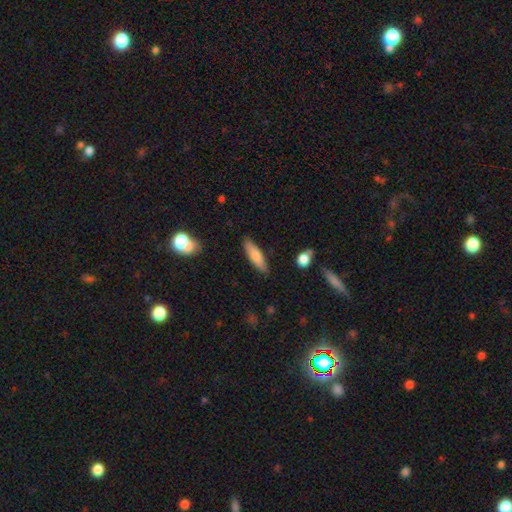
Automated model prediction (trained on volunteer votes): Smooth or featured? Predicted: smooth (p=0.77). How rounded? Predicted: cigar-shaped (p=0.56). Merging? Predicted: none (p=0.85).